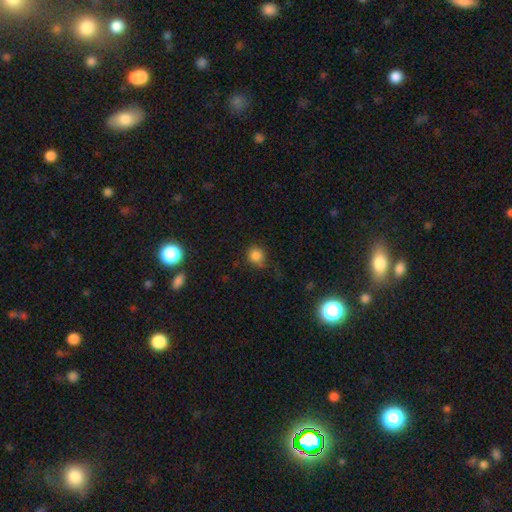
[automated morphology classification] smooth-or-featured: smooth: 81% | star or artifact: 13% | featured or disk: 6%
  how-rounded: round: 86% | in between: 13% | cigar-shaped: 1%
  merging: none: 64% | minor disturbance: 24% | major disturbance: 9% | merger: 2%